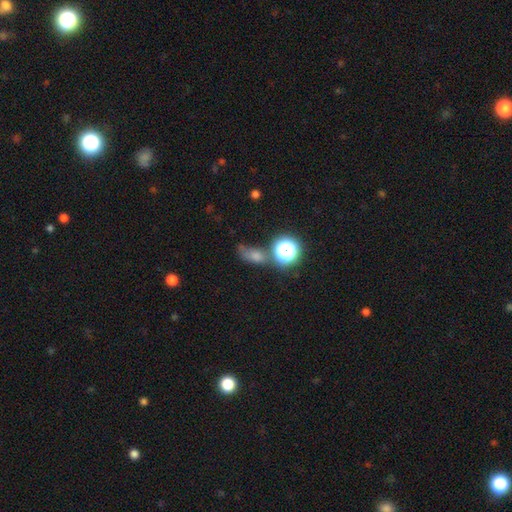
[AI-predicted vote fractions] Smooth or featured?
  - smooth: 63% *
  - star or artifact: 24%
  - featured or disk: 13%
How rounded?
  - in between: 61% *
  - round: 33%
  - cigar-shaped: 5%
Merging?
  - none: 43% *
  - minor disturbance: 23%
  - merger: 18%
  - major disturbance: 16%